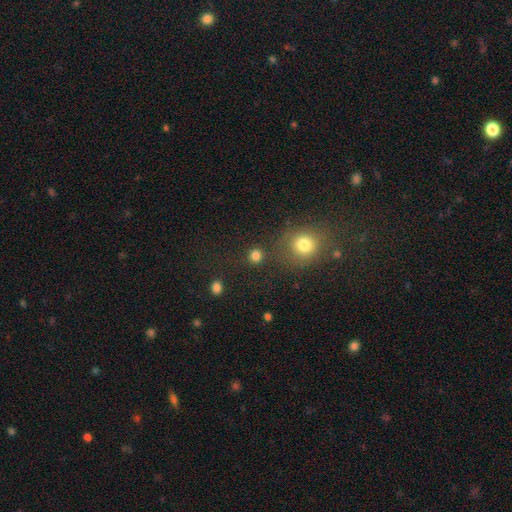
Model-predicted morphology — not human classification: smooth-or-featured: smooth: 82% | star or artifact: 14% | featured or disk: 4%
  how-rounded: round: 90% | in between: 9% | cigar-shaped: 1%
  merging: none: 83% | minor disturbance: 7% | merger: 6% | major disturbance: 4%